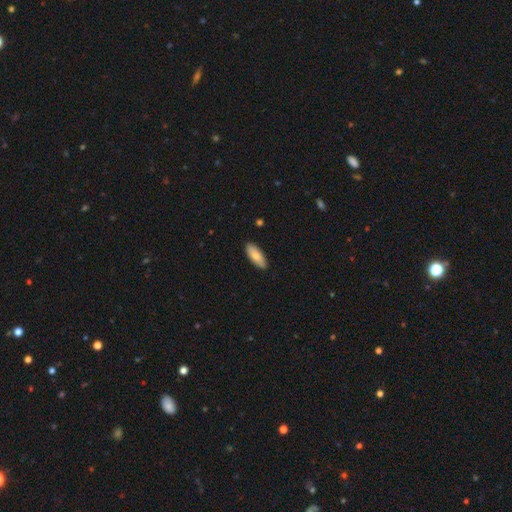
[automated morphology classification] Smooth or featured: smooth — 79% (featured or disk — 15%)
How rounded: in between — 74% (cigar-shaped — 24%)
Merging: none — 89% (minor disturbance — 8%)